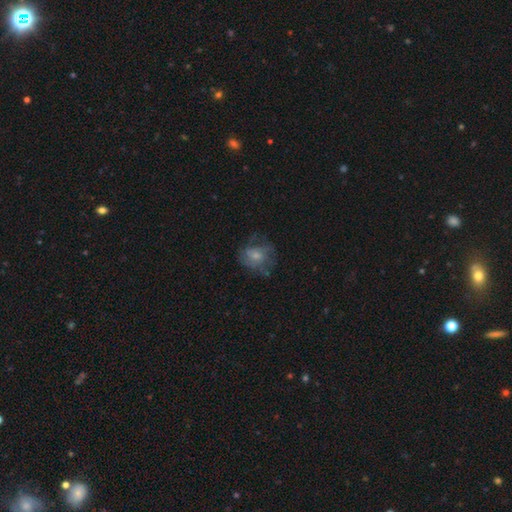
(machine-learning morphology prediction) This is possibly a featured or disk galaxy (49%). Merging: possibly none (52%).